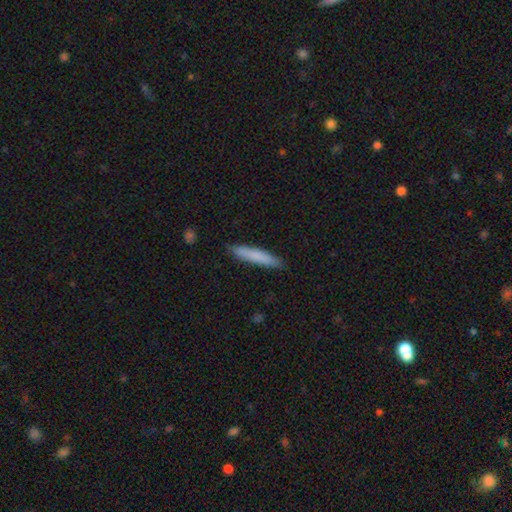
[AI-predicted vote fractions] The model was most divided on "smooth or featured": smooth: 79%, featured or disk: 15%, star or artifact: 6%. More confident: how rounded — cigar-shaped (92%); merging — none (89%).